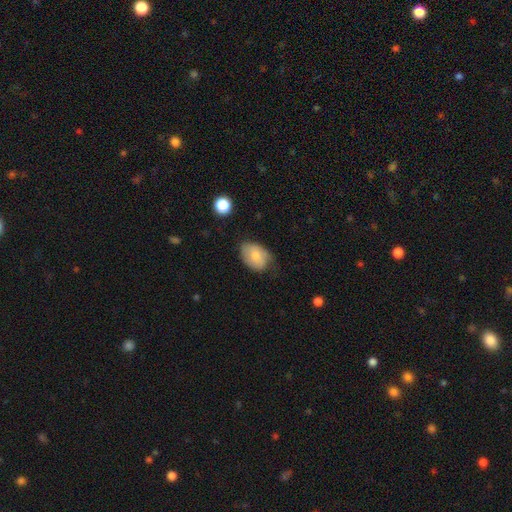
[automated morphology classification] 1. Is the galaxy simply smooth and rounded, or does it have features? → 72% smooth, 21% featured or disk, 7% star or artifact.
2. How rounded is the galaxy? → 80% in between, 19% round, 1% cigar-shaped.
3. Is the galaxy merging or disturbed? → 57% none, 33% minor disturbance, 8% major disturbance, 2% merger.